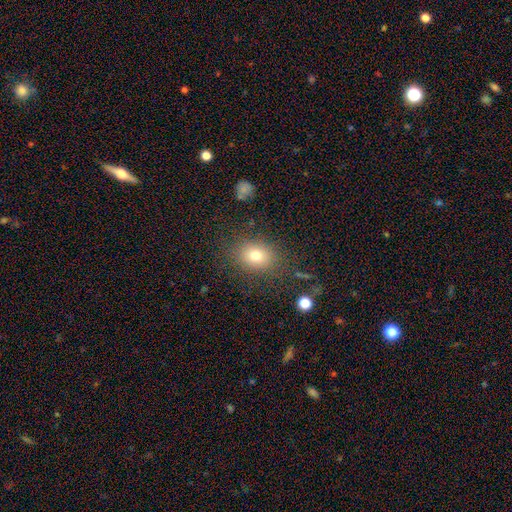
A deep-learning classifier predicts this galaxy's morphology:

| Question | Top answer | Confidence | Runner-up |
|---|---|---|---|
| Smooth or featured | smooth | 76% | star or artifact (13%) |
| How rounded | in between | 58% | round (41%) |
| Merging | none | 81% | minor disturbance (12%) |